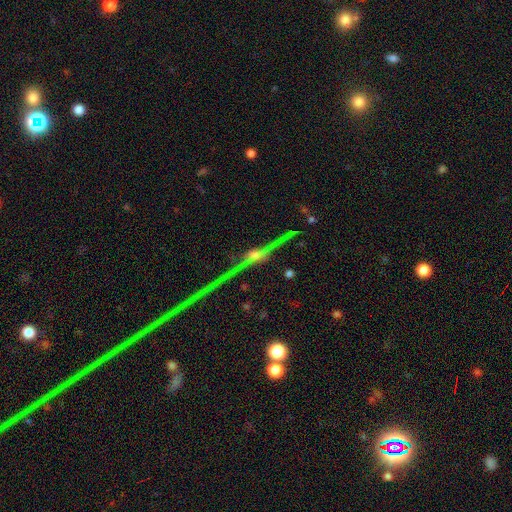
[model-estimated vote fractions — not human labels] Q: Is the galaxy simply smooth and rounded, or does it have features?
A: star or artifact — 49%.